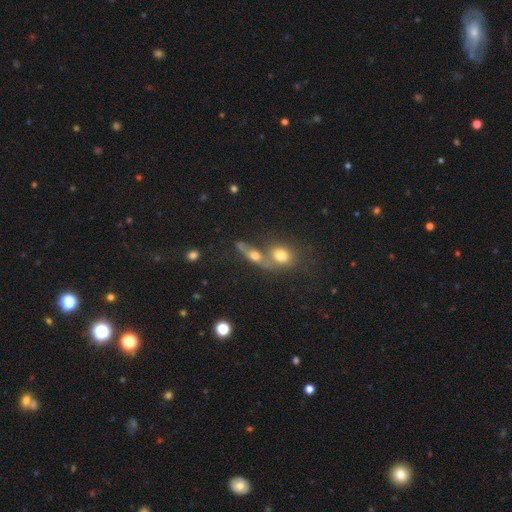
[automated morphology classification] Q: Smooth or featured?
A: smooth (57%); runner-up: featured or disk (27%)
Q: How rounded?
A: in between (46%); runner-up: round (44%)
Q: Merging?
A: merger (57%); runner-up: none (29%)